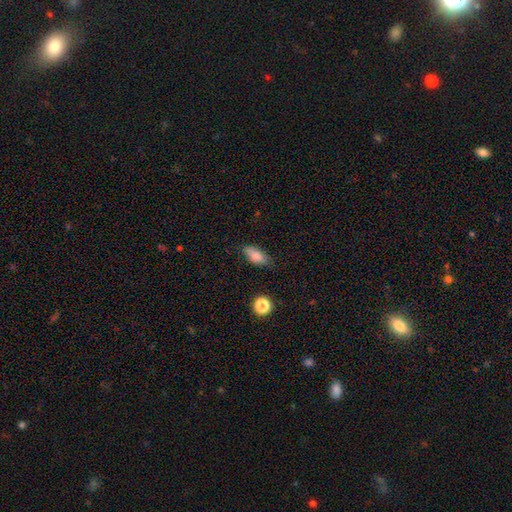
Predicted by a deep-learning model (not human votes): This appears to be a smooth galaxy with no disk features (83%) that is in between round and cigar-shaped (84%). Merging: none (72%).